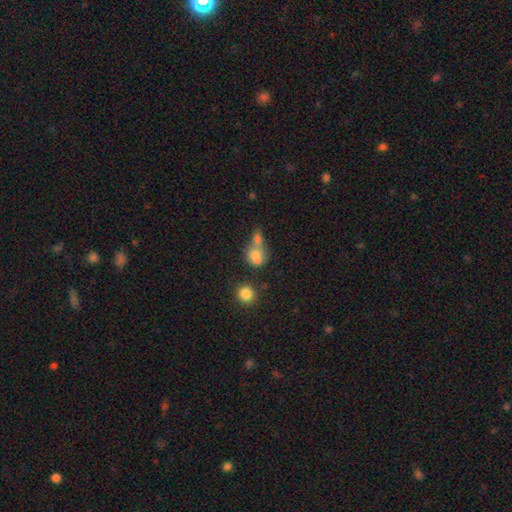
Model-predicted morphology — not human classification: This appears to be a smooth galaxy with no disk features (69%) that is round (59%). Merging: merger (60%).